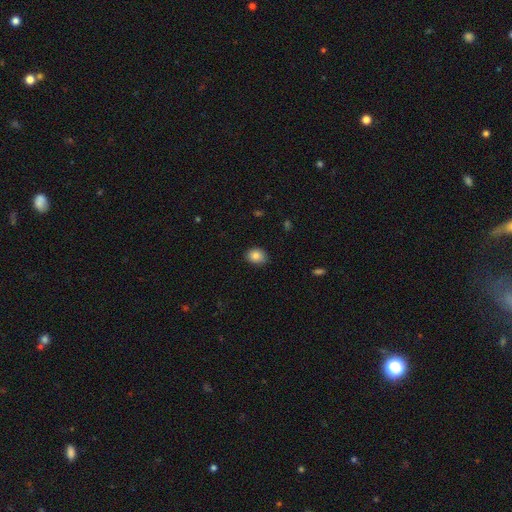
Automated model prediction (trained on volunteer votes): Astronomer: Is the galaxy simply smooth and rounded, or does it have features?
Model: smooth — 83%.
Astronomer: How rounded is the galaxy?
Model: round — 51% (runner-up: in between, 48%).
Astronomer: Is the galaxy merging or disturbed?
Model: none — 83%.